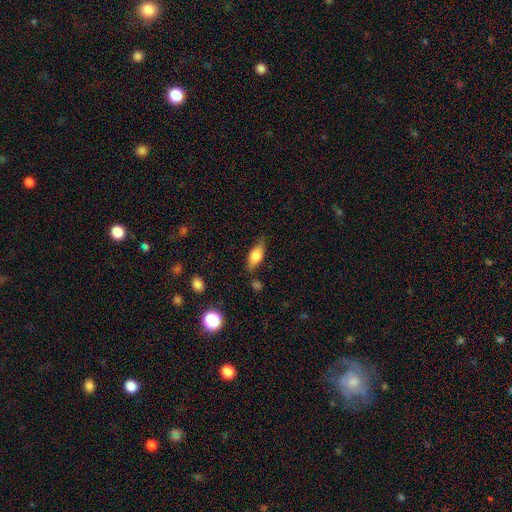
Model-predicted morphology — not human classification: Overall: smooth (64%; featured or disk 28%). How rounded: in between (75%). Merging: none (72%).